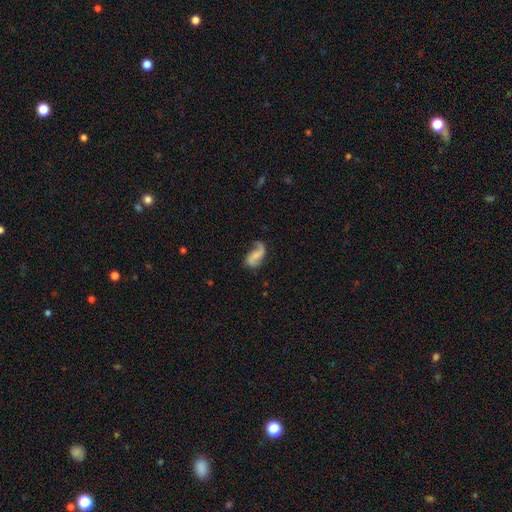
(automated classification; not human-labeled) smooth-or-featured: featured or disk: 65% | smooth: 27% | star or artifact: 7%
  disk-edge-on: no: 97% | yes: 3%
    bar: no: 48% | weak: 36% | strong: 16%
    has-spiral-arms: yes: 92% | no: 8%
      spiral-winding: loose: 71% | medium: 22% | tight: 7%
      spiral-arm-count: 2: 74% | 1: 19% | can't tell: 4% | 3: 1% | 4: 1% | more than 4: 1%
    bulge-size: none: 45% | small: 36% | moderate: 14% | large: 3% | dominant: 1%
  merging: none: 54% | minor disturbance: 26% | major disturbance: 17% | merger: 3%